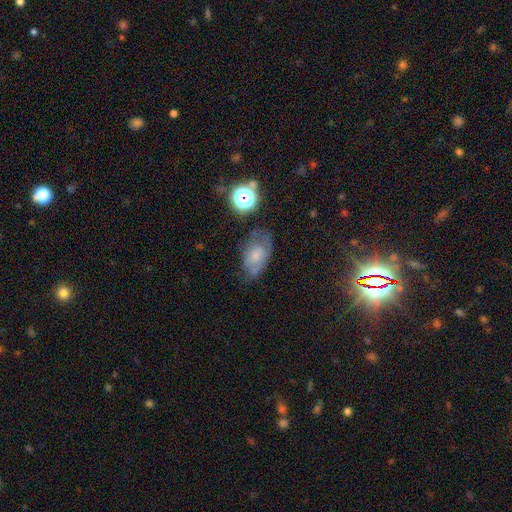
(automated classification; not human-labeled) Smooth or featured? Predicted: smooth (p=0.57). How rounded? Predicted: in between (p=0.87). Merging? Predicted: none (p=0.49).